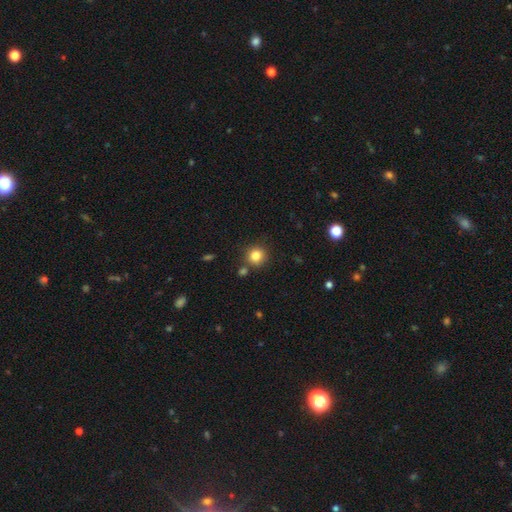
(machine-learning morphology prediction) Smooth or featured: smooth — 83% (star or artifact — 11%)
How rounded: round — 90% (in between — 9%)
Merging: none — 80% (minor disturbance — 9%)